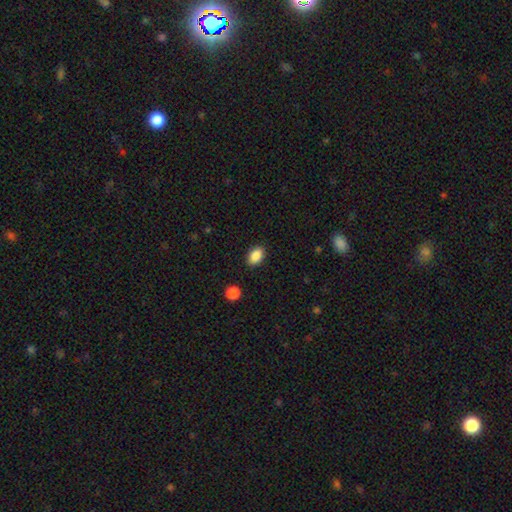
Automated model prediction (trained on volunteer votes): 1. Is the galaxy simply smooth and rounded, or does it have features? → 88% smooth, 8% star or artifact, 4% featured or disk.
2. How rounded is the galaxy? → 87% in between, 12% round, 1% cigar-shaped.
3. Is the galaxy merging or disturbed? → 89% none, 8% minor disturbance, 2% major disturbance, 1% merger.